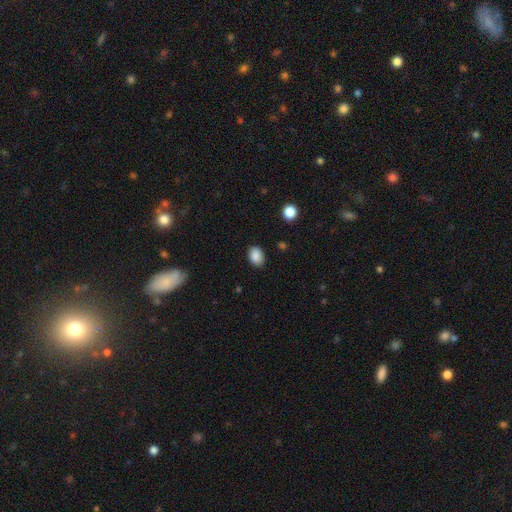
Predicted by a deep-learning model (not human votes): Smooth or featured?
  - smooth: 88% *
  - star or artifact: 9%
  - featured or disk: 3%
How rounded?
  - in between: 71% *
  - round: 28%
  - cigar-shaped: 1%
Merging?
  - none: 84% *
  - minor disturbance: 12%
  - major disturbance: 3%
  - merger: 1%